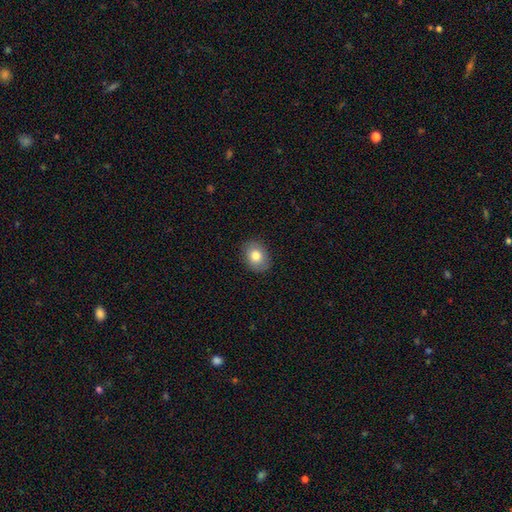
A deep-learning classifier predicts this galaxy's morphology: smooth-or-featured: smooth: 79% | featured or disk: 12% | star or artifact: 8%
  how-rounded: in between: 56% | round: 43% | cigar-shaped: 1%
  merging: none: 88% | minor disturbance: 9% | major disturbance: 2% | merger: 1%